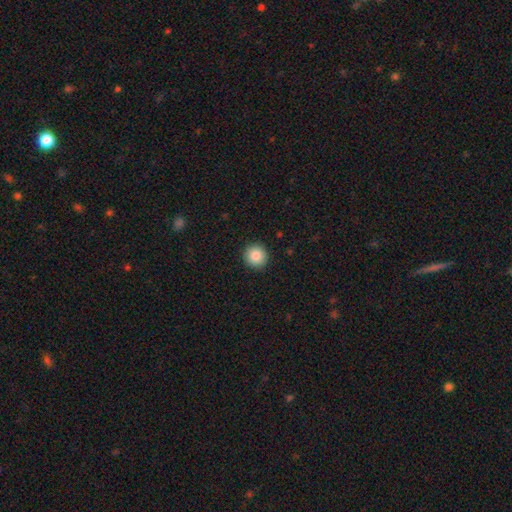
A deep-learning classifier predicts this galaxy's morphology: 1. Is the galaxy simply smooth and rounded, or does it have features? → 86% smooth, 9% star or artifact, 5% featured or disk.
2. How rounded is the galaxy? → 94% round, 5% in between, 1% cigar-shaped.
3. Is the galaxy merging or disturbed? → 93% none, 5% minor disturbance, 2% major disturbance, 1% merger.